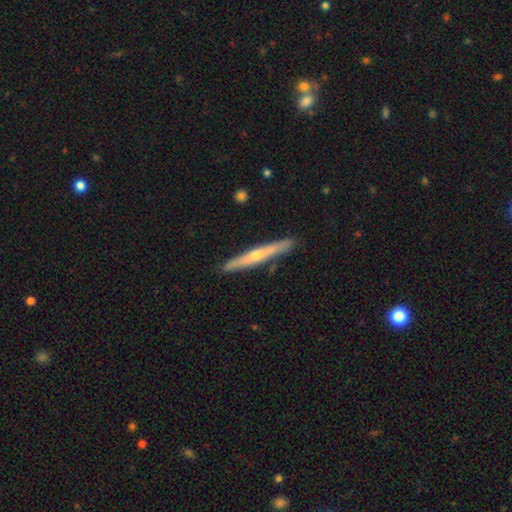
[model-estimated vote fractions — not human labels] Q: Smooth or featured?
A: featured or disk (64%); runner-up: smooth (30%)
Q: Edge-on disk?
A: yes (96%); runner-up: no (4%)
Q: Edge-on bulge?
A: rounded (75%); runner-up: none (22%)
Q: Merging?
A: none (90%); runner-up: minor disturbance (7%)